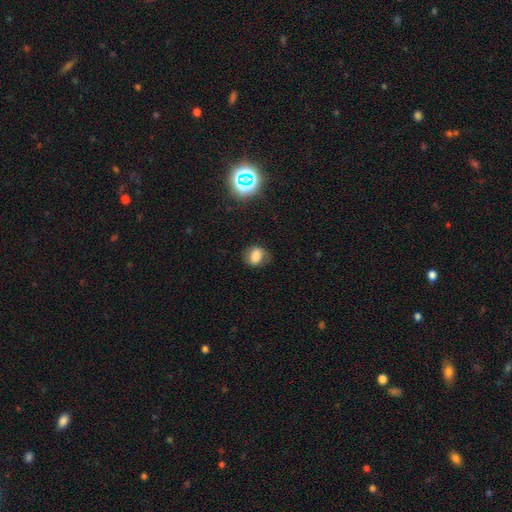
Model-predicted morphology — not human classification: The model was most divided on "how rounded": in between: 53%, round: 45%, cigar-shaped: 2%. More confident: smooth or featured — smooth (70%); merging — none (69%).